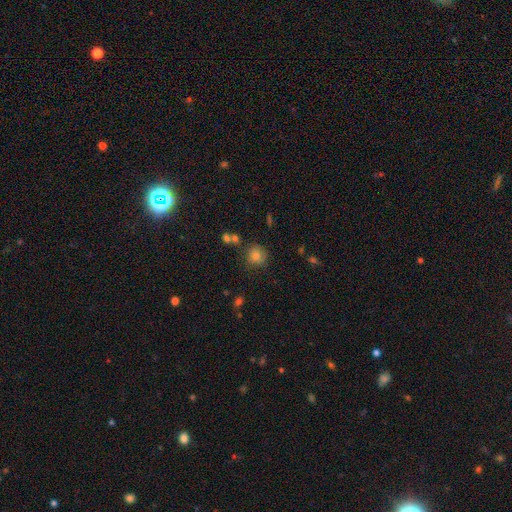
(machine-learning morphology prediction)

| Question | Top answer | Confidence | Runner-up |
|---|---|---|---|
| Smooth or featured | smooth | 76% | star or artifact (15%) |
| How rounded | round | 90% | in between (9%) |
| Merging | none | 79% | minor disturbance (12%) |